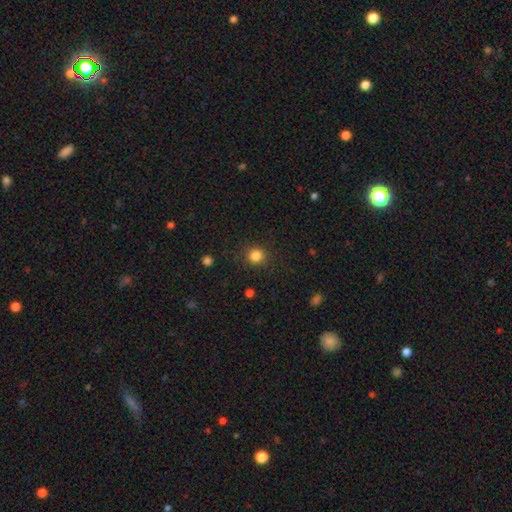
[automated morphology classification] Q: Smooth or featured?
A: smooth (85%); runner-up: star or artifact (11%)
Q: How rounded?
A: round (91%); runner-up: in between (8%)
Q: Merging?
A: none (89%); runner-up: minor disturbance (7%)